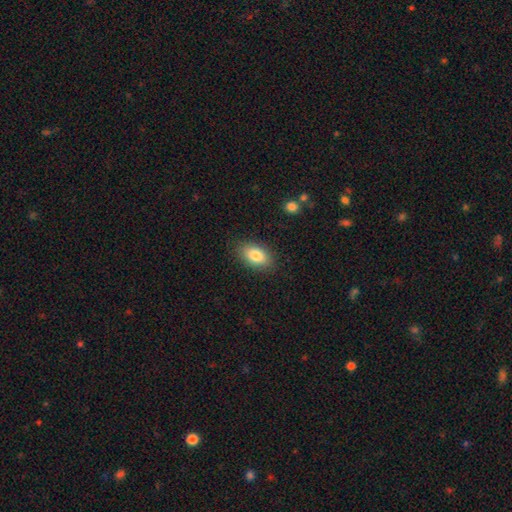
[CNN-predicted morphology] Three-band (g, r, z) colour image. It shows a smooth galaxy with no disk features (83%) that is in between round and cigar-shaped (90%). Merging: none (86%).